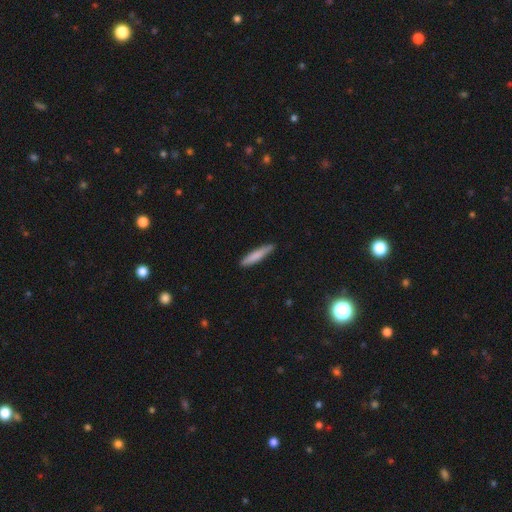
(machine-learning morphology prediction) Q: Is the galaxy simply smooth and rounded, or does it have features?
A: smooth — 79%.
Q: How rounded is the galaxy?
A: cigar-shaped — 90%.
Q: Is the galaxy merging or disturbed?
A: none — 87%.